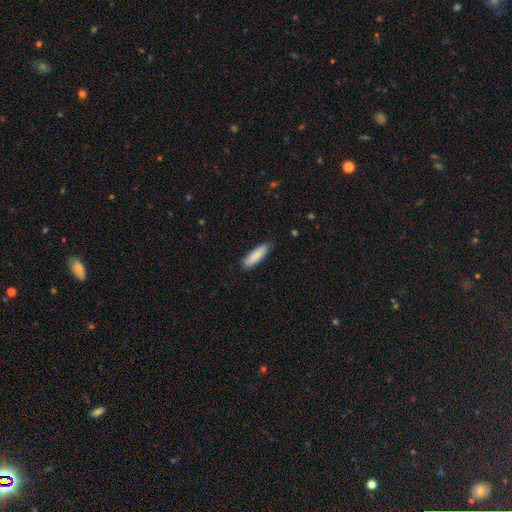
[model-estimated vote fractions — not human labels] A smooth galaxy with no disk features (86%) that is cigar-shaped (57%). Merging: none (80%).